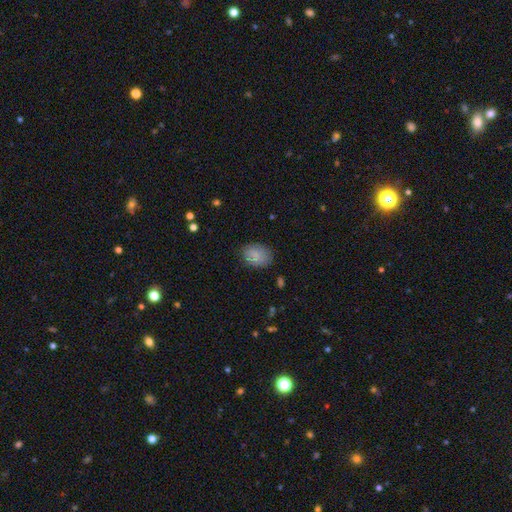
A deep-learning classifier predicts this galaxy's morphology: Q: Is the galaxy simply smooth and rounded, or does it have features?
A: smooth — 83%.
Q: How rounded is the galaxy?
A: in between — 73%.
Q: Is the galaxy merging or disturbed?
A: none — 81%.